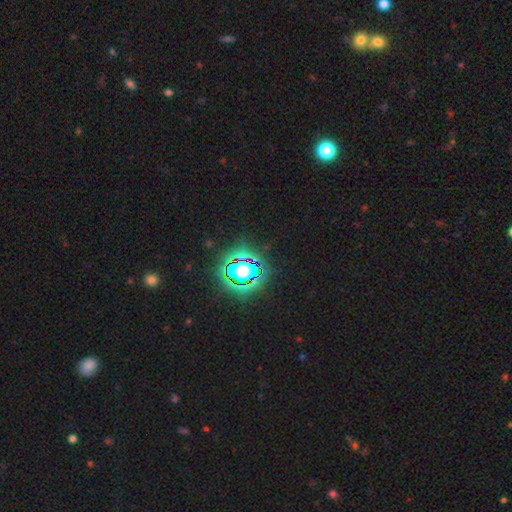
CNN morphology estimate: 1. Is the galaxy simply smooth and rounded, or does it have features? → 83% star or artifact, 11% smooth, 6% featured or disk.